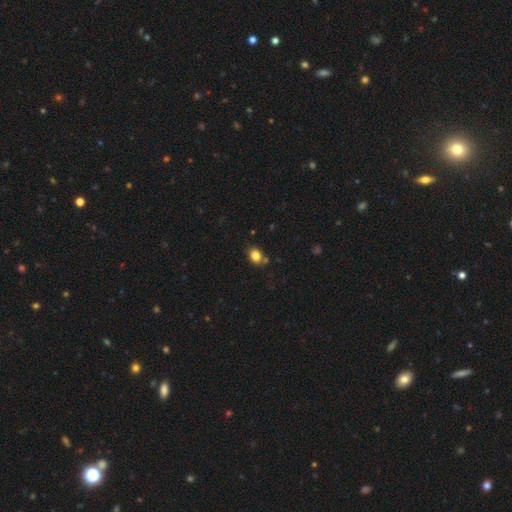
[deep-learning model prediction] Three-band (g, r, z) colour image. It shows a smooth galaxy with no disk features (83%) that is round (54%). Merging: none (74%).